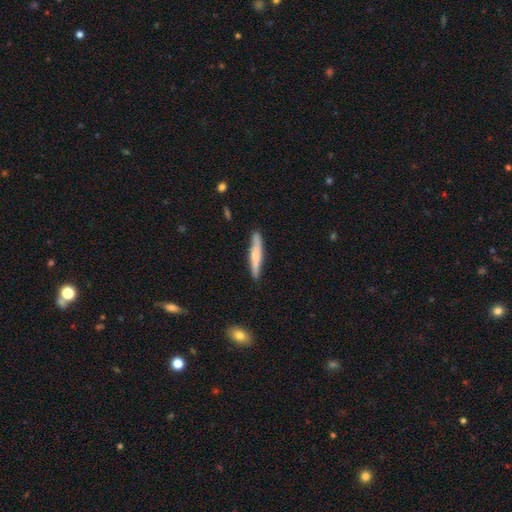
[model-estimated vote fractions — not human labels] This appears to be a smooth galaxy with no disk features (59%) that is cigar-shaped (93%). Merging: none (86%).